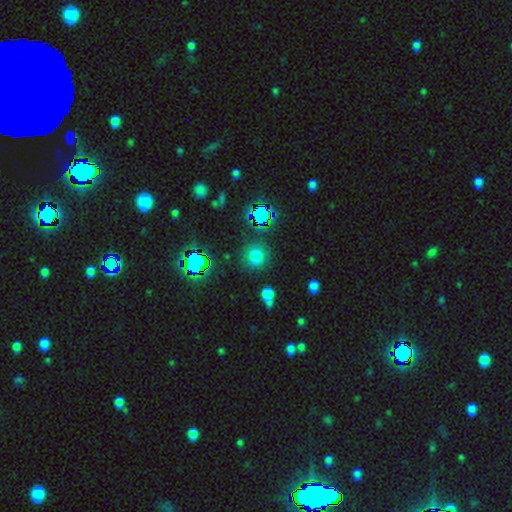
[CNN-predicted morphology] Smooth or featured? smooth (65%)
How rounded? round (86%)
Merging? none (79%)